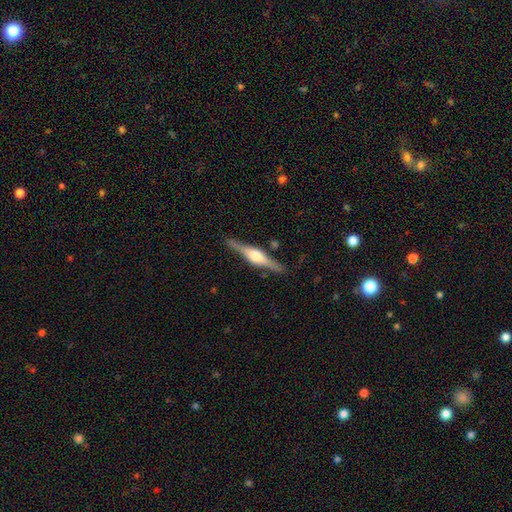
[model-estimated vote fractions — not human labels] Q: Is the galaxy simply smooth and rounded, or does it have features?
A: featured or disk — 78%.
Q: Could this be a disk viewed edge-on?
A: yes — 98%.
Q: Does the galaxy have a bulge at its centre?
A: rounded — 89%.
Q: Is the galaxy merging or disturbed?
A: none — 86%.